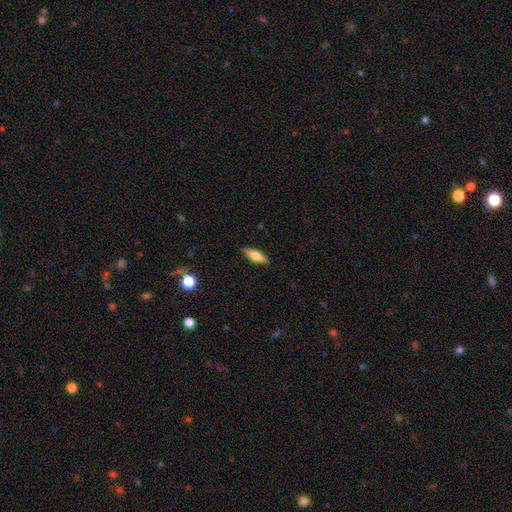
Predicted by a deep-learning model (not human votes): Morphology: type=smooth (65%); roundness=in between (51%); merging=none (87%).